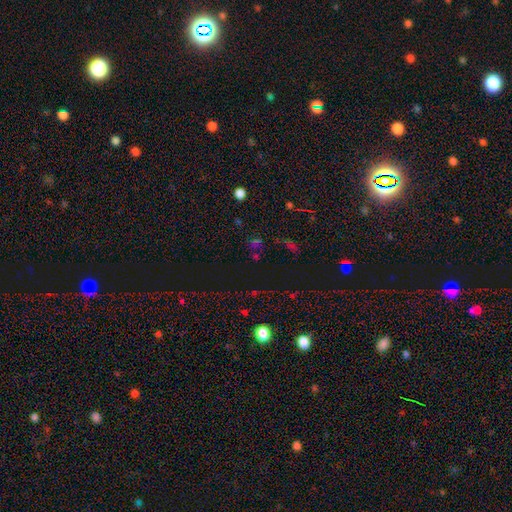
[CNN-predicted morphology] The model was most divided on "smooth or featured": star or artifact: 59%, smooth: 31%, featured or disk: 10%.